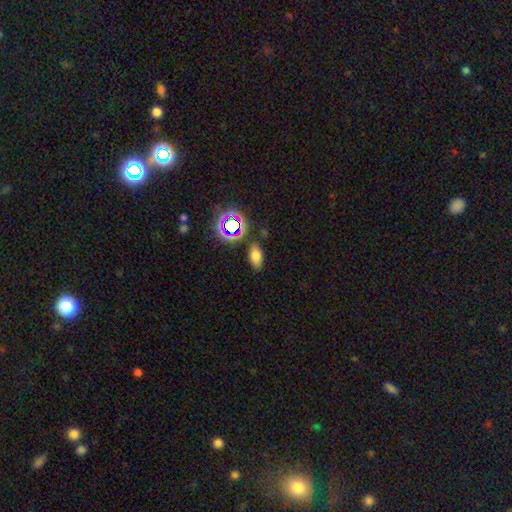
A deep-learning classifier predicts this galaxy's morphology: Smooth or featured? Predicted: smooth (p=0.71). How rounded? Predicted: in between (p=0.89). Merging? Predicted: none (p=0.82).